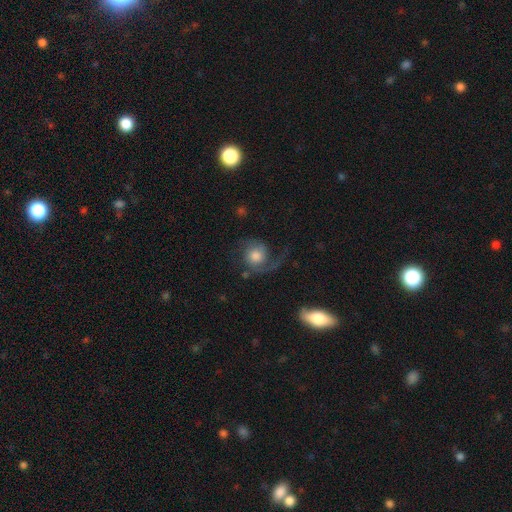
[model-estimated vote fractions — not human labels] featured or disk 65%, smooth 27%, star or artifact 8%. Down the decision tree: edge-on disk — no (98%); bar — no (73%); spiral arms — yes (93%); spiral arm count — 2 (56%); spiral winding — loose (53%); bulge size — moderate (39%); merging — none (51%).